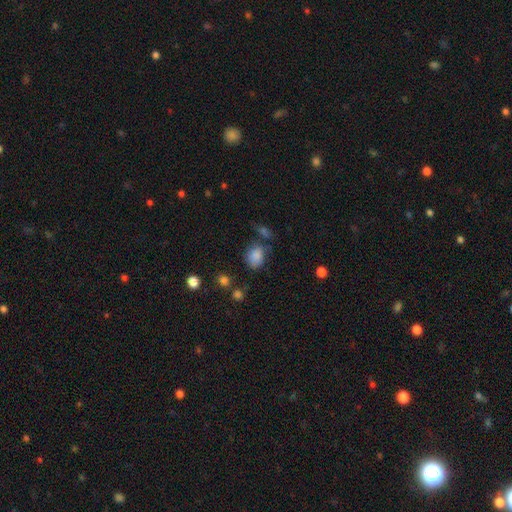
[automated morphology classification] Smooth or featured: smooth — 84% (star or artifact — 11%)
How rounded: in between — 59% (round — 40%)
Merging: none — 59% (minor disturbance — 23%)